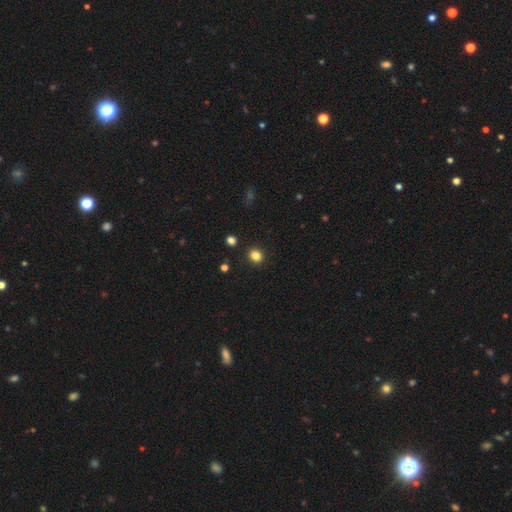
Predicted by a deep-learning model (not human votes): The model was most divided on "how rounded": round: 71%, in between: 29%, cigar-shaped: 1%. More confident: merging — none (90%); smooth or featured — smooth (83%).